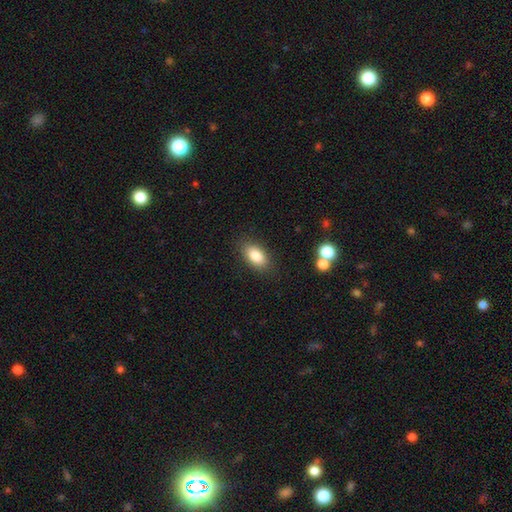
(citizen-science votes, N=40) Smooth or featured?
  - smooth: 82% *
  - featured or disk: 10%
  - star or artifact: 8%
How rounded?
  - in between: 91% *
  - round: 9%
  - cigar-shaped: 0%
Merging?
  - none: 89% *
  - minor disturbance: 8%
  - merger: 3%
  - major disturbance: 0%